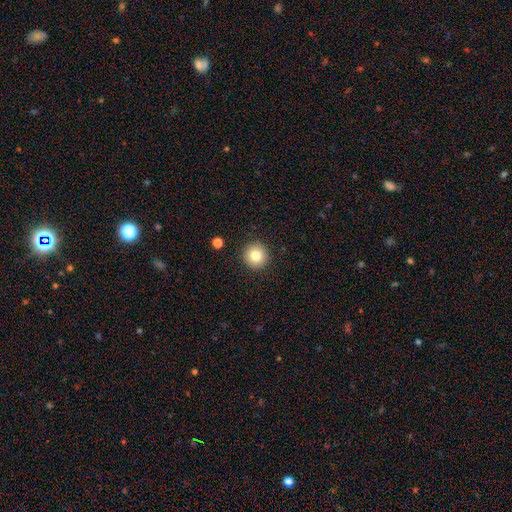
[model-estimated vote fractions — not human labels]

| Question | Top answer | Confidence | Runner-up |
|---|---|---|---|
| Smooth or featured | smooth | 82% | star or artifact (10%) |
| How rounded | round | 95% | in between (4%) |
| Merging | none | 92% | minor disturbance (5%) |